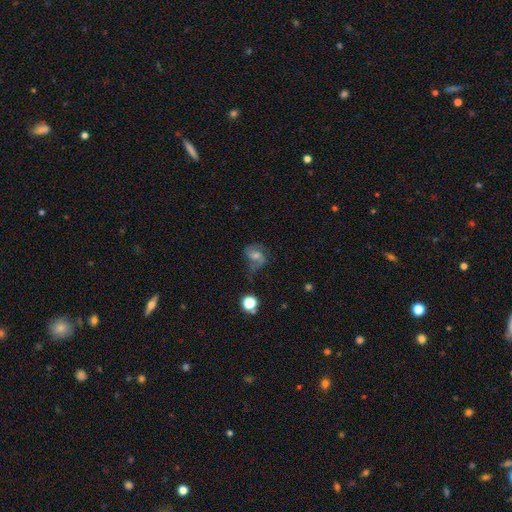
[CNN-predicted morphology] Overall: featured or disk (57%; smooth 27%). Edge-on disk: no (97%). Bar: no (52%; weak 38%). Spiral arms: yes (83%). Bulge size: moderate (45%; small 34%). Merging: none (47%; major disturbance 24%).